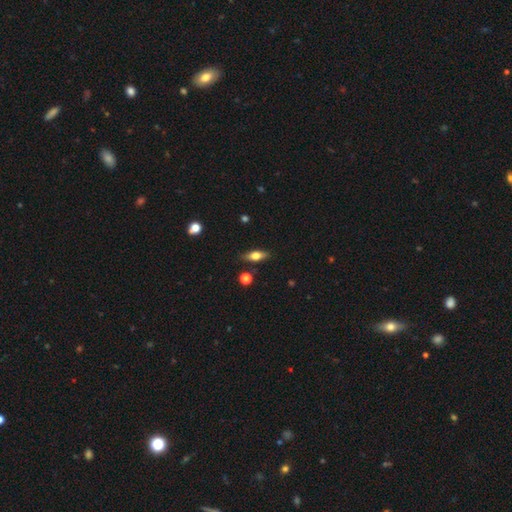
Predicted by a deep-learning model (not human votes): smooth_or_featured: smooth (p=0.61) [alt: featured or disk p=0.32]
how_rounded: in between (p=0.65) [alt: cigar-shaped p=0.30]
merging: none (p=0.84) [alt: minor disturbance p=0.11]